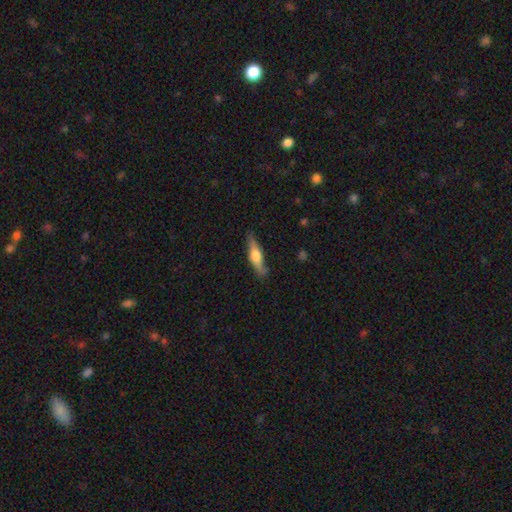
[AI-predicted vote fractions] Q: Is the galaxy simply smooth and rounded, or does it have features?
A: featured or disk — 47%, tied with smooth.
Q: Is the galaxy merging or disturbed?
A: none — 77%.